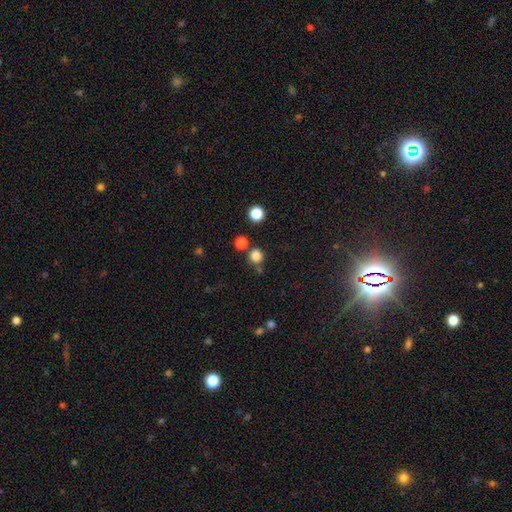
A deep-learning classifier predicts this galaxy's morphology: A smooth galaxy with no disk features (81%) that is round (91%).

Vote fractions:
- Smooth or featured? smooth: 81% / star or artifact: 15% / featured or disk: 4%
- How rounded? round: 91% / in between: 8% / cigar-shaped: 1%
- Merging? none: 76% / merger: 12% / minor disturbance: 9% / major disturbance: 3%